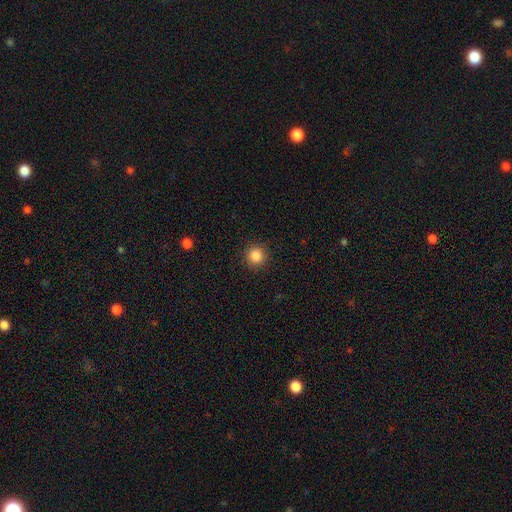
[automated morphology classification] Smooth or featured?
  - smooth: 86% *
  - star or artifact: 10%
  - featured or disk: 4%
How rounded?
  - round: 94% *
  - in between: 5%
  - cigar-shaped: 1%
Merging?
  - none: 91% *
  - minor disturbance: 6%
  - major disturbance: 2%
  - merger: 1%